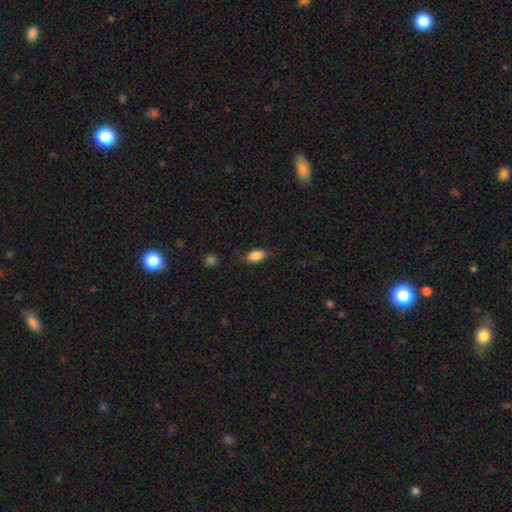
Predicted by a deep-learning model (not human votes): This is clearly a smooth galaxy (86%). How rounded: clearly in between (90%). Merging: likely none (77%).